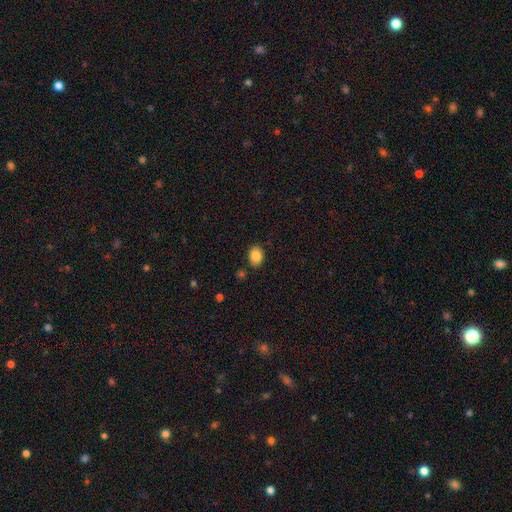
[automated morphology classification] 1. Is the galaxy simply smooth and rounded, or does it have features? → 86% smooth, 8% star or artifact, 6% featured or disk.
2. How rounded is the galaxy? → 76% in between, 23% round, 1% cigar-shaped.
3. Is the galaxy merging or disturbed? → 83% none, 12% minor disturbance, 3% merger, 3% major disturbance.